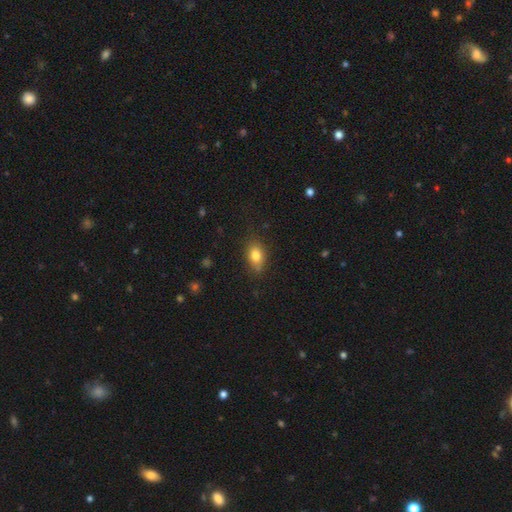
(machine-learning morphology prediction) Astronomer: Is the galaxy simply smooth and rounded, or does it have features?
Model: smooth — 81%.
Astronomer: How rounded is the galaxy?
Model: in between — 79%.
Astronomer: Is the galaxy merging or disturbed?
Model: none — 77%.